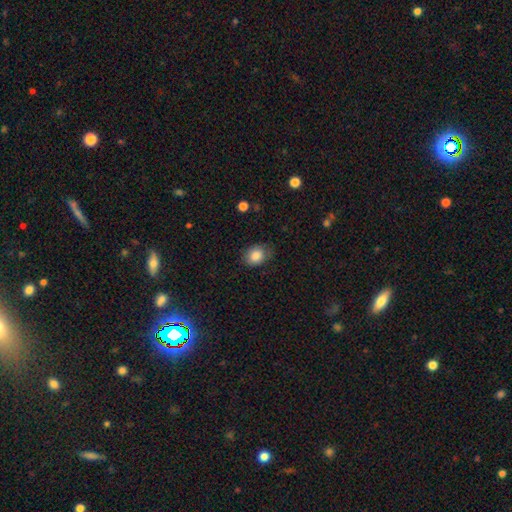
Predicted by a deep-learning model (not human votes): smooth-or-featured: smooth: 85% | star or artifact: 9% | featured or disk: 6%
  how-rounded: in between: 52% | round: 47% | cigar-shaped: 1%
  merging: none: 76% | minor disturbance: 19% | major disturbance: 4% | merger: 1%